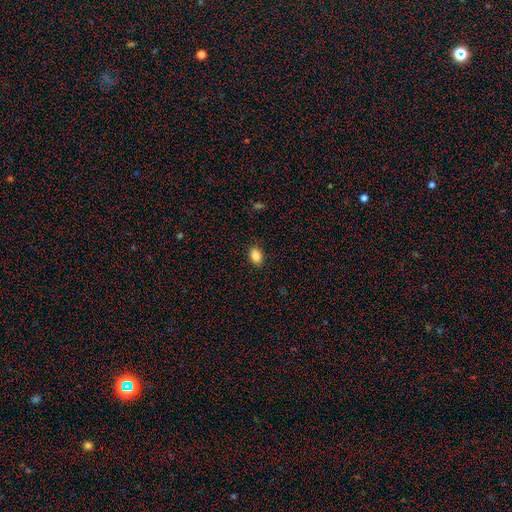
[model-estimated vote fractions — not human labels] Smooth or featured?
  - smooth: 88% *
  - star or artifact: 9%
  - featured or disk: 3%
How rounded?
  - in between: 82% *
  - round: 17%
  - cigar-shaped: 1%
Merging?
  - none: 88% *
  - minor disturbance: 9%
  - major disturbance: 2%
  - merger: 1%